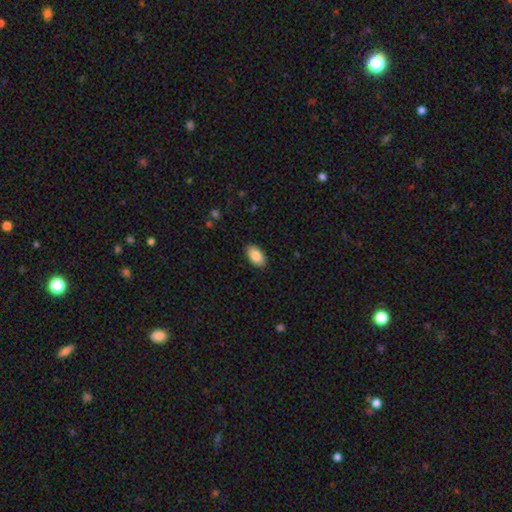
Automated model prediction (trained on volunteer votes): This appears to be a smooth galaxy with no disk features (85%) that is in between round and cigar-shaped (94%). Merging: none (89%).